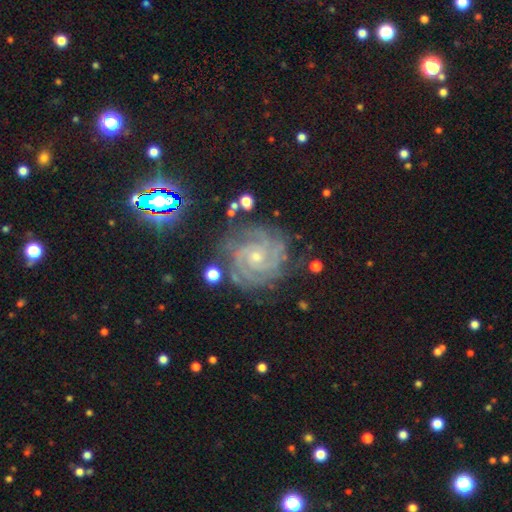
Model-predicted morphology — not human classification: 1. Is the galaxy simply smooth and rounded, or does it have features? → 88% featured or disk, 8% star or artifact, 4% smooth.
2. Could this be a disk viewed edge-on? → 98% no, 2% yes.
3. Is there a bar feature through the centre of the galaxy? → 69% no, 23% weak, 7% strong.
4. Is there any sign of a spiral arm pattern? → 98% yes, 2% no.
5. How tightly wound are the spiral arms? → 80% tight, 18% medium, 2% loose.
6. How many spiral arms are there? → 28% 3, 27% 2, 17% 4, 15% can't tell, 7% more than 4, 6% 1.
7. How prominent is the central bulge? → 70% small, 26% moderate, 2% none, 1% large, 1% dominant.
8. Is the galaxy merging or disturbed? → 76% none, 16% minor disturbance, 5% major disturbance, 2% merger.